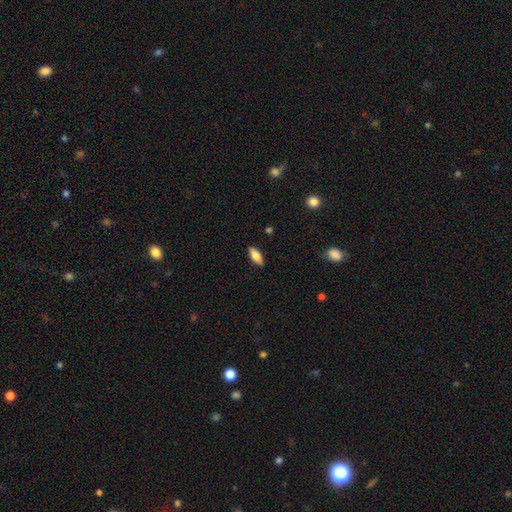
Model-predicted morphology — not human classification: This is likely a smooth galaxy (74%). How rounded: likely in between (77%). Merging: clearly none (88%).